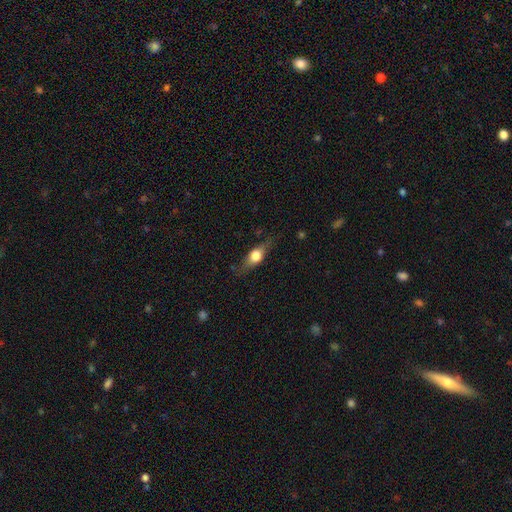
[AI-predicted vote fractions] smooth-or-featured: smooth: 47% | featured or disk: 46% | star or artifact: 7%
  merging: none: 75% | minor disturbance: 18% | major disturbance: 6% | merger: 1%